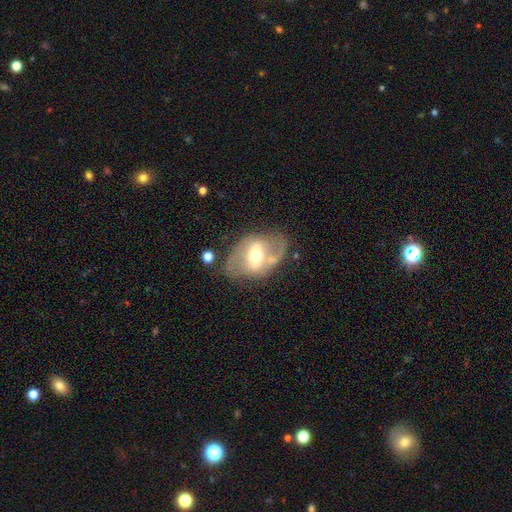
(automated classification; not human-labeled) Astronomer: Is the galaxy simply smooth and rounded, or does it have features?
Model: featured or disk — 69%.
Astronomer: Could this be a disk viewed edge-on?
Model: no — 92%.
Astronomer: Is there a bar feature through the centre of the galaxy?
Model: strong — 42% (runner-up: weak, 35%).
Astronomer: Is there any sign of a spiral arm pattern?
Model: yes — 54% (runner-up: no, 46%).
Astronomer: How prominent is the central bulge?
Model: moderate — 65%.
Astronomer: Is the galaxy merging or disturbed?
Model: none — 64%.